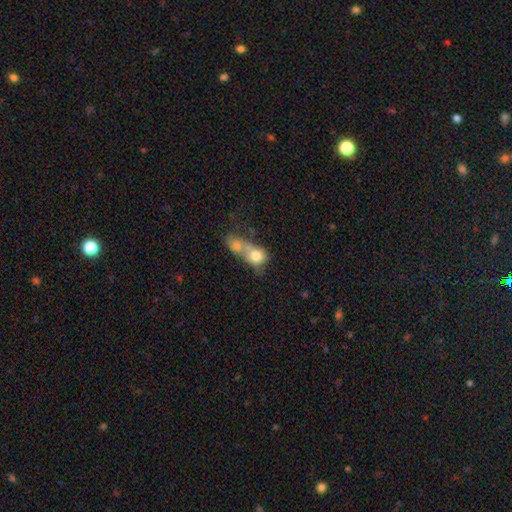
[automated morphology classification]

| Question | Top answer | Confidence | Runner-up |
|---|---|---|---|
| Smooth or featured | smooth | 72% | featured or disk (19%) |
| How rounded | round | 57% | in between (40%) |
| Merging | merger | 74% | none (14%) |